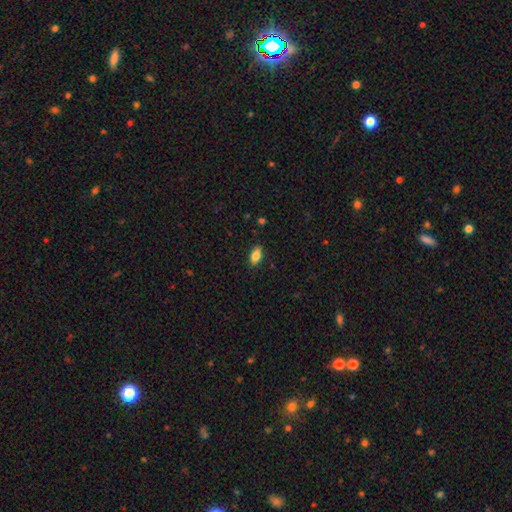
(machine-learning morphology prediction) type=smooth (82%); roundness=in between (89%); merging=none (88%).